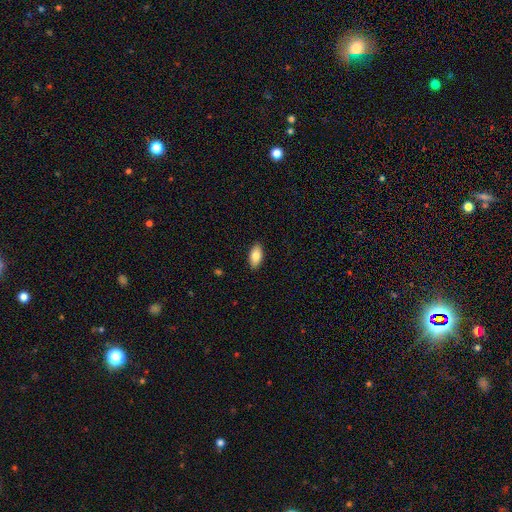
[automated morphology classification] A smooth galaxy with no disk features (84%) that is in between round and cigar-shaped (93%).

Vote fractions:
- Smooth or featured? smooth: 84% / featured or disk: 10% / star or artifact: 7%
- How rounded? in between: 93% / cigar-shaped: 4% / round: 3%
- Merging? none: 89% / minor disturbance: 8% / major disturbance: 2% / merger: 1%